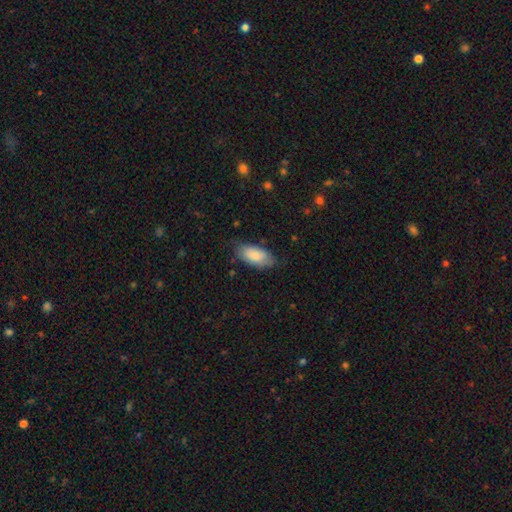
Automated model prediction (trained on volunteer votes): A smooth galaxy with no disk features (84%) that is in between round and cigar-shaped (91%). Merging: none (70%).